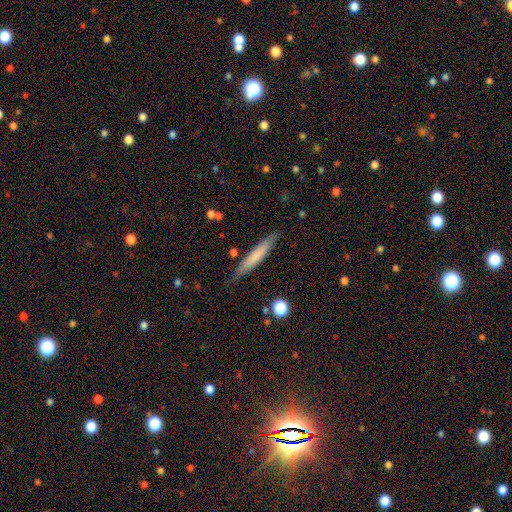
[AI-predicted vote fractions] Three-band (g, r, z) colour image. It shows a smooth galaxy with no disk features (66%) that is cigar-shaped (93%). Merging: none (83%).